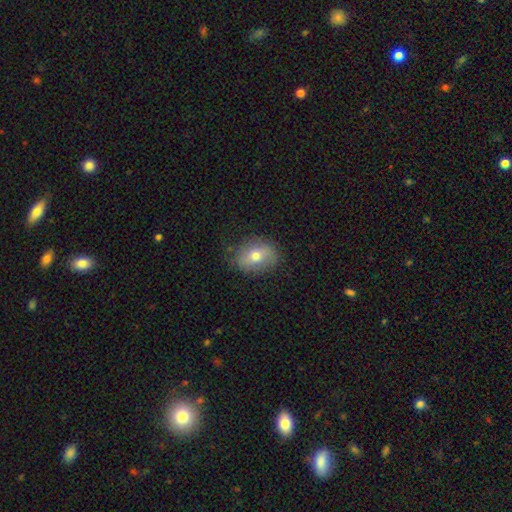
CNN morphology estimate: smooth 62%, featured or disk 29%, star or artifact 9%. Down the decision tree: how rounded — in between (62%); merging — none (77%).